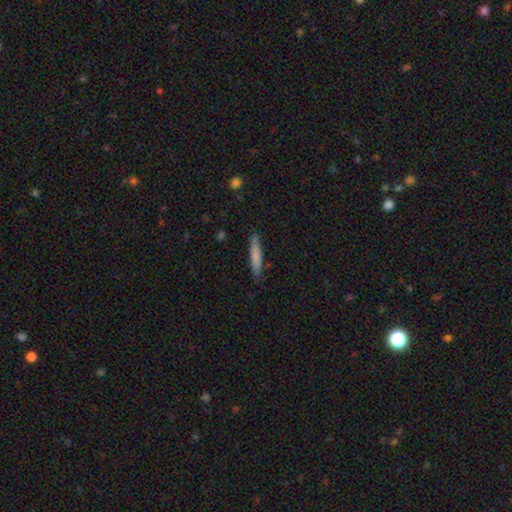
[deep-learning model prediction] Smooth or featured: smooth — 75% (featured or disk — 19%)
How rounded: cigar-shaped — 92% (in between — 7%)
Merging: none — 85% (minor disturbance — 11%)